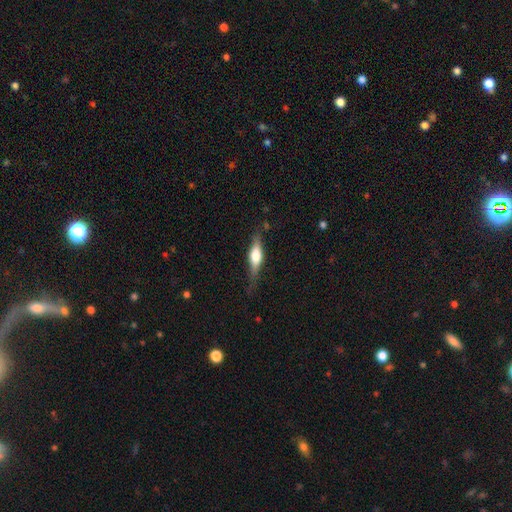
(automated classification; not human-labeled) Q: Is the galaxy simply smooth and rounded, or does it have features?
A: featured or disk — 53%.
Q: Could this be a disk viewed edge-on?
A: yes — 93%.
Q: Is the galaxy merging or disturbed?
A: none — 72%.